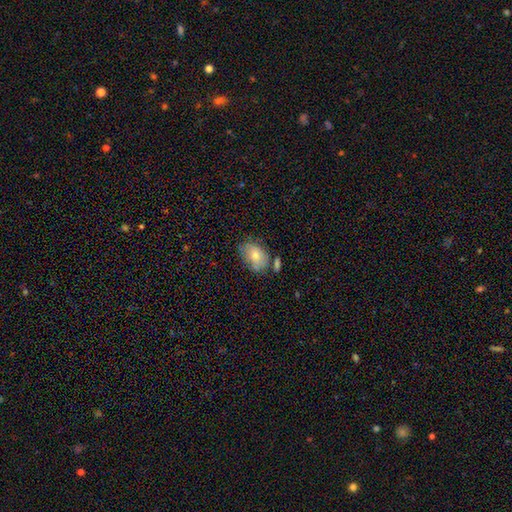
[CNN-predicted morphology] A smooth galaxy with no disk features (76%) that is in between round and cigar-shaped (82%). Merging: none (55%).